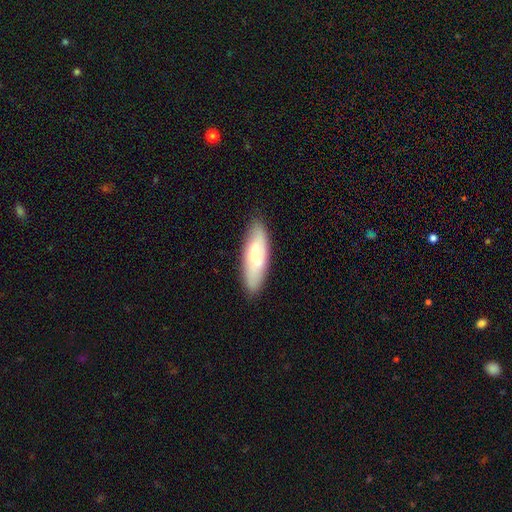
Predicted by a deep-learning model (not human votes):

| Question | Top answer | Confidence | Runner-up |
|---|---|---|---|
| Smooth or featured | smooth | 68% | featured or disk (26%) |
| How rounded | in between | 53% | cigar-shaped (45%) |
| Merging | none | 81% | minor disturbance (14%) |